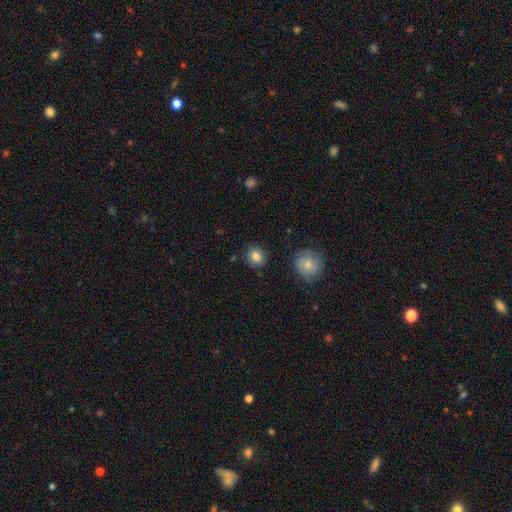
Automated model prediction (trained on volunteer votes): Smooth or featured: smooth — 84% (star or artifact — 9%)
How rounded: round — 85% (in between — 14%)
Merging: none — 86% (minor disturbance — 9%)